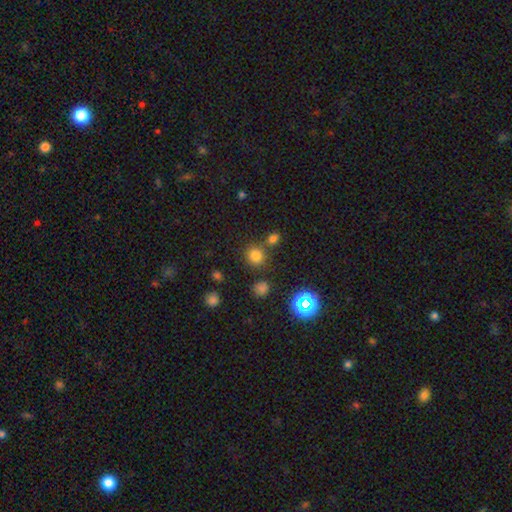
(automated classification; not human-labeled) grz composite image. It shows a smooth galaxy with no disk features (74%) that is round (86%). Merging: none (71%).